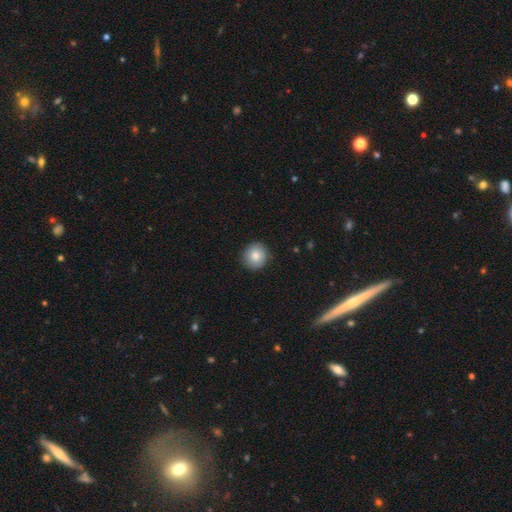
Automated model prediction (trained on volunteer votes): This is clearly a smooth galaxy (82%). How rounded: clearly round (91%). Merging: clearly none (89%).